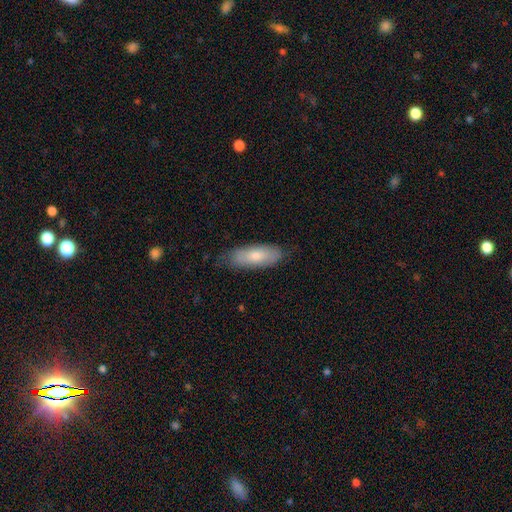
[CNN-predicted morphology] The model was most divided on "how rounded": in between: 70%, cigar-shaped: 28%, round: 2%. More confident: smooth or featured — smooth (74%); merging — none (74%).